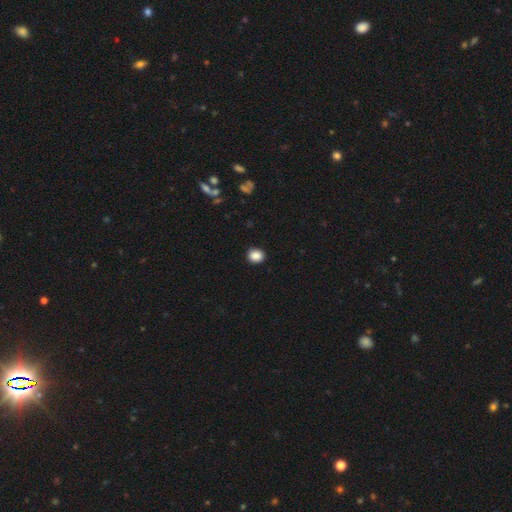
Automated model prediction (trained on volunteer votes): Smooth or featured? smooth (88%)
How rounded? round (72%)
Merging? none (91%)